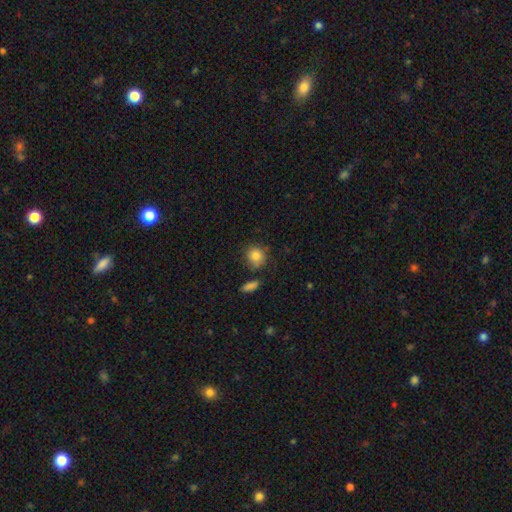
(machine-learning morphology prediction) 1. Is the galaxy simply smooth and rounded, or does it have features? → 84% smooth, 9% star or artifact, 7% featured or disk.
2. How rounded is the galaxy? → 80% round, 19% in between, 1% cigar-shaped.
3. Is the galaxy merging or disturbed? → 71% none, 17% minor disturbance, 7% merger, 5% major disturbance.